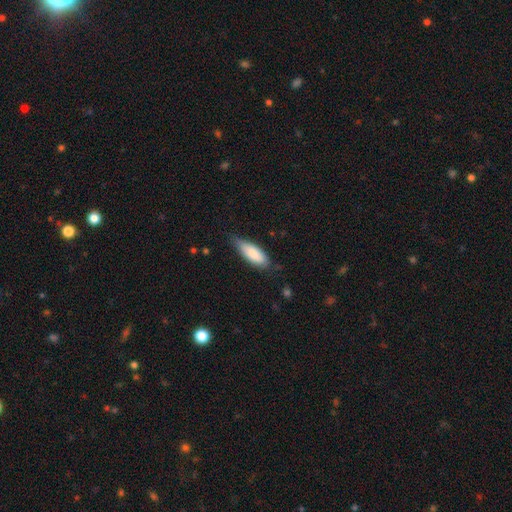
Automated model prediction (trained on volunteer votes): smooth-or-featured: smooth: 85% | featured or disk: 10% | star or artifact: 6%
  how-rounded: in between: 74% | cigar-shaped: 24% | round: 2%
  merging: none: 62% | minor disturbance: 31% | major disturbance: 5% | merger: 2%